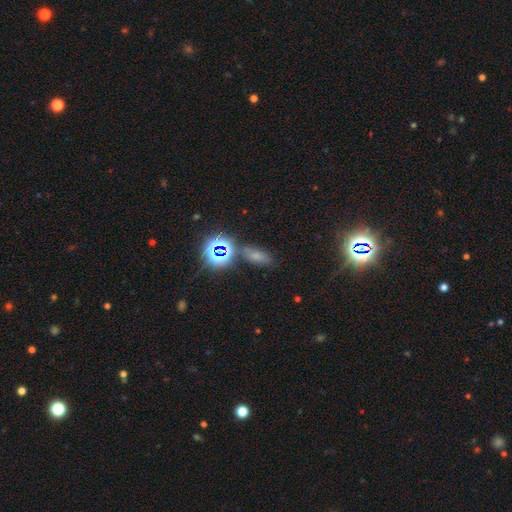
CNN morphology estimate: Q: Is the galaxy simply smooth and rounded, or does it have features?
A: smooth — 58%.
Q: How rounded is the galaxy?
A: in between — 77%.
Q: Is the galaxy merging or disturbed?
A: none — 71%.